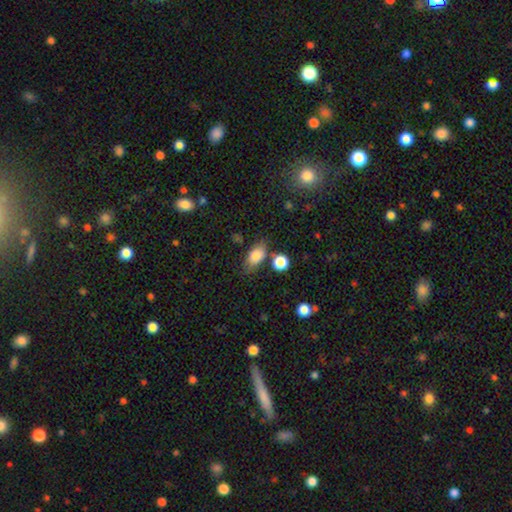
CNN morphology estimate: A smooth galaxy with no disk features (80%) that is in between round and cigar-shaped (82%).

Vote fractions:
- Smooth or featured? smooth: 80% / featured or disk: 12% / star or artifact: 8%
- How rounded? in between: 82% / round: 11% / cigar-shaped: 7%
- Merging? none: 71% / minor disturbance: 16% / merger: 8% / major disturbance: 4%